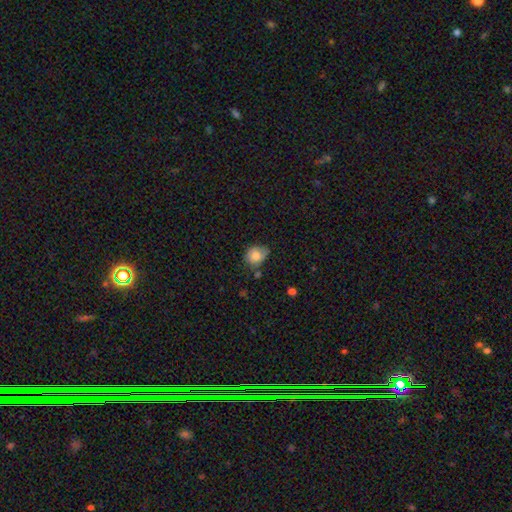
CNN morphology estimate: This appears to be a smooth galaxy with no disk features (77%) that is round (53%). Merging: none (51%).